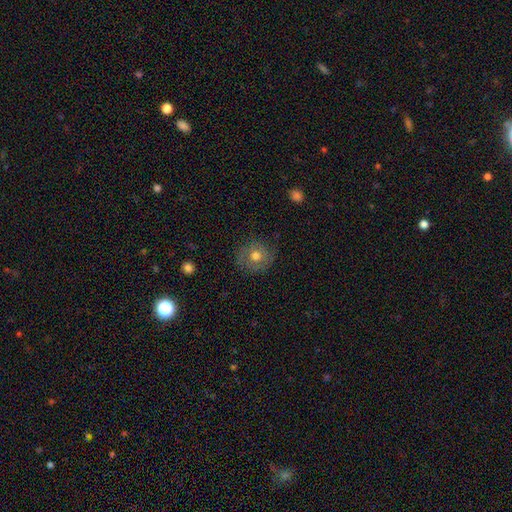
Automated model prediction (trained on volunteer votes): The model was most divided on "smooth or featured": smooth: 60%, featured or disk: 29%, star or artifact: 11%. More confident: how rounded — round (87%); merging — none (79%).